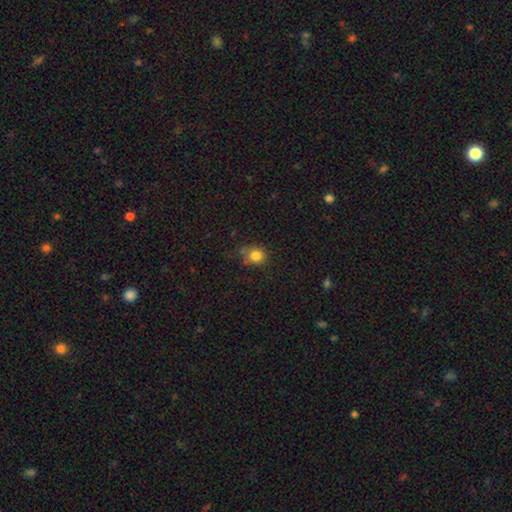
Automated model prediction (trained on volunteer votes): This is clearly a smooth galaxy (82%). How rounded: likely round (76%). Merging: likely none (63%).